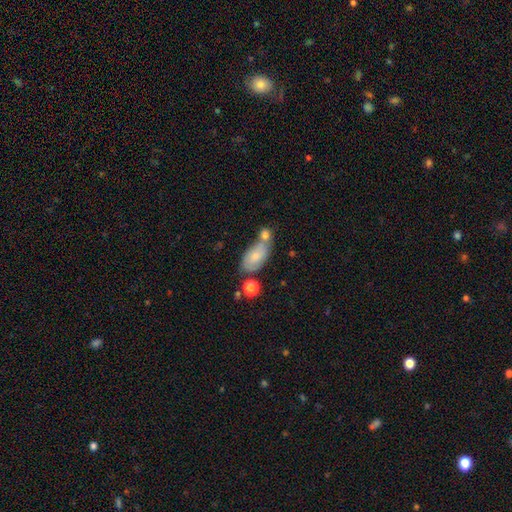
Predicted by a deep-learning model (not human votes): A smooth galaxy with no disk features (69%) that is in between round and cigar-shaped (89%).

Vote fractions:
- Smooth or featured? smooth: 69% / featured or disk: 23% / star or artifact: 8%
- How rounded? in between: 89% / cigar-shaped: 6% / round: 5%
- Merging? none: 42% / merger: 34% / minor disturbance: 18% / major disturbance: 6%